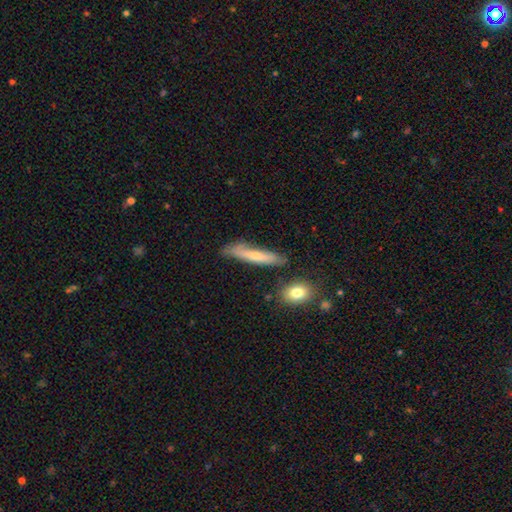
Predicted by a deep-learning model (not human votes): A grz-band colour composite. It shows a smooth galaxy with no disk features (57%) that is cigar-shaped (88%). Merging: none (69%).